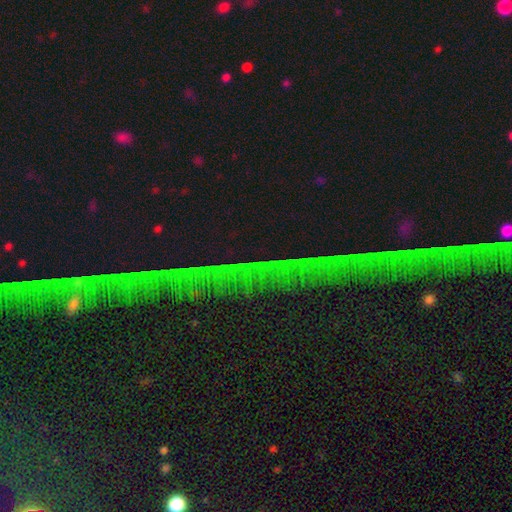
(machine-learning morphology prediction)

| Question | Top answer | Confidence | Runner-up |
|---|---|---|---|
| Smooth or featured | star or artifact | 79% | featured or disk (12%) |